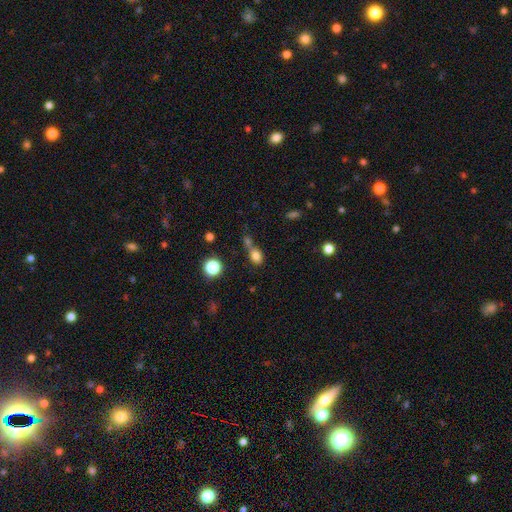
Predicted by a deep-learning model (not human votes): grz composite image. It shows a smooth galaxy with no disk features (78%) that is in between round and cigar-shaped (54%). Merging: none (42%).